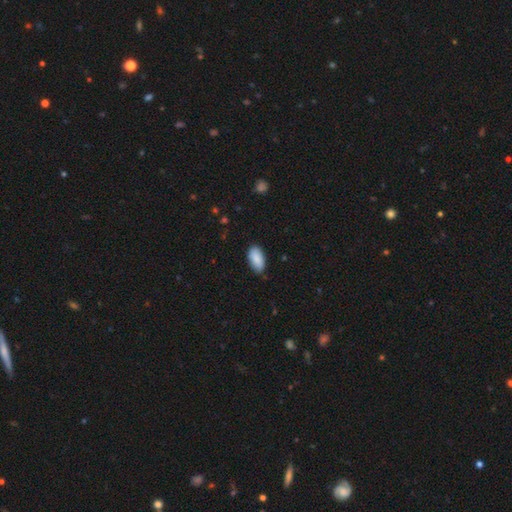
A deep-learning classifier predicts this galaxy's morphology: Q: Smooth or featured?
A: smooth (89%); runner-up: star or artifact (6%)
Q: How rounded?
A: in between (94%); runner-up: cigar-shaped (3%)
Q: Merging?
A: none (83%); runner-up: minor disturbance (14%)